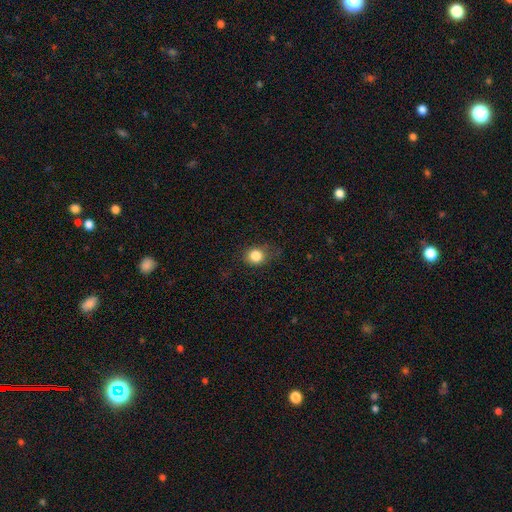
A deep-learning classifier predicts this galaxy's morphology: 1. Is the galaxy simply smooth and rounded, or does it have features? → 83% smooth, 11% star or artifact, 6% featured or disk.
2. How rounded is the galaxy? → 77% round, 22% in between, 1% cigar-shaped.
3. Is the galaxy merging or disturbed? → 78% none, 16% minor disturbance, 5% major disturbance, 1% merger.